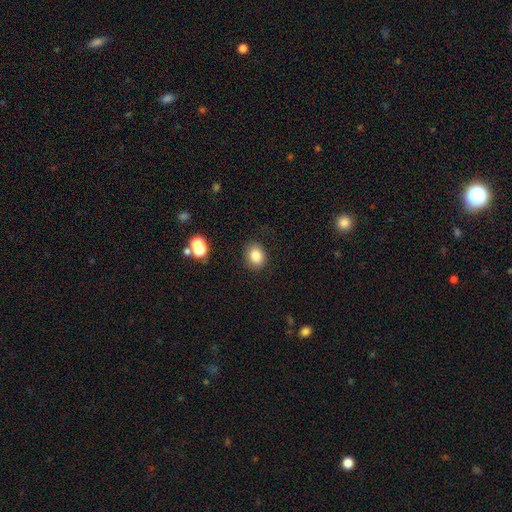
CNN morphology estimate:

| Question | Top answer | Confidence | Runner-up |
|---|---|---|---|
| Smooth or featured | smooth | 83% | star or artifact (11%) |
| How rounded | round | 52% | in between (47%) |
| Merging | none | 85% | minor disturbance (10%) |